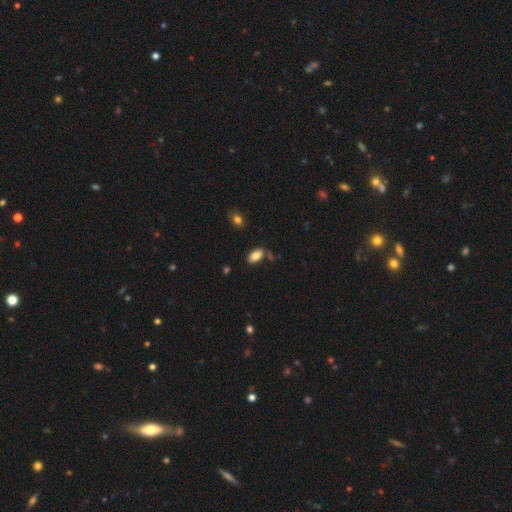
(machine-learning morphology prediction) Smooth or featured?
  - smooth: 83% *
  - featured or disk: 9%
  - star or artifact: 8%
How rounded?
  - in between: 93% *
  - round: 4%
  - cigar-shaped: 3%
Merging?
  - none: 77% *
  - minor disturbance: 14%
  - merger: 6%
  - major disturbance: 3%